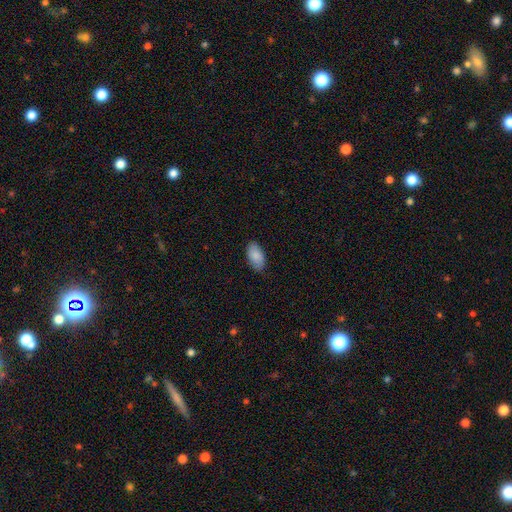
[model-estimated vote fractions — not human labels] Morphology: type=smooth (87%); roundness=in between (95%); merging=none (84%).